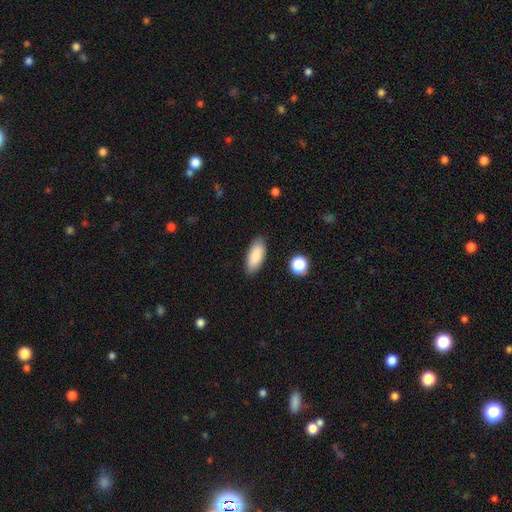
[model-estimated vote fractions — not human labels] Q: Smooth or featured?
A: smooth (85%); runner-up: featured or disk (9%)
Q: How rounded?
A: in between (81%); runner-up: cigar-shaped (17%)
Q: Merging?
A: none (87%); runner-up: minor disturbance (9%)